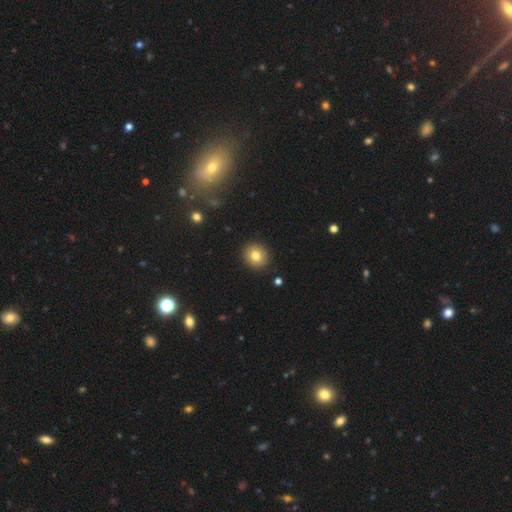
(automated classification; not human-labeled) A smooth galaxy with no disk features (79%) that is round (89%). Merging: none (92%).